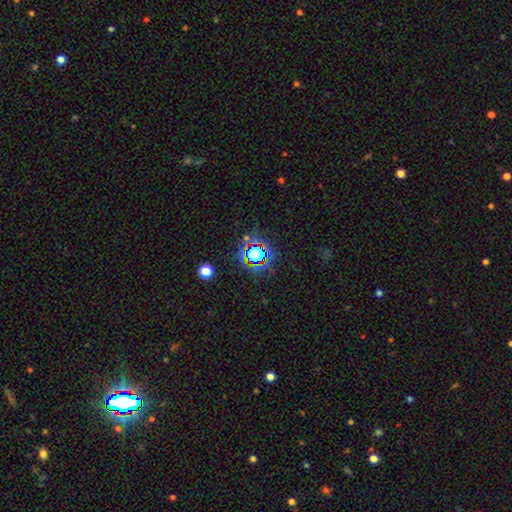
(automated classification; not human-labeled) Smooth or featured? star or artifact (62%)